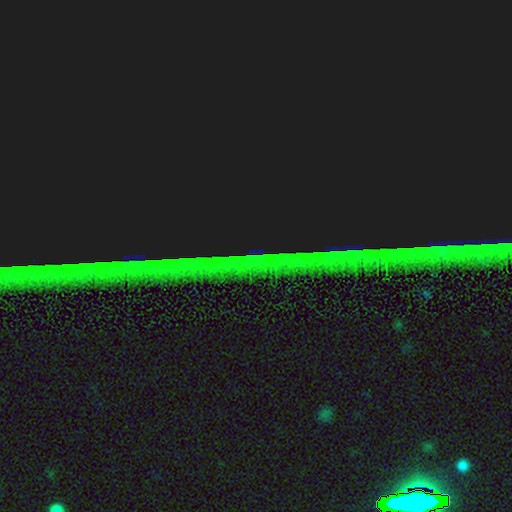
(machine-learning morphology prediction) Smooth or featured: star or artifact — 82% (featured or disk — 9%)